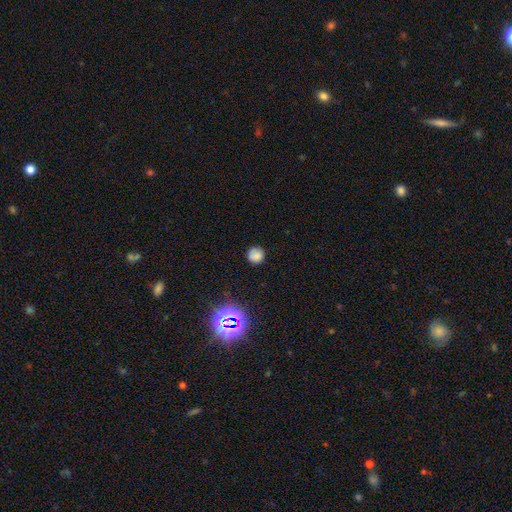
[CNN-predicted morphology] This is likely a smooth galaxy (77%). How rounded: clearly round (92%). Merging: clearly none (82%).